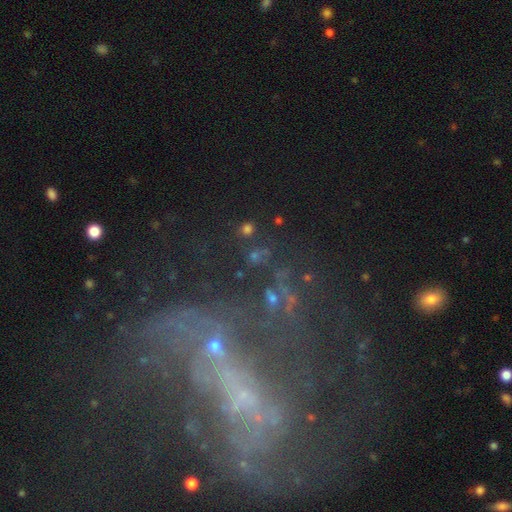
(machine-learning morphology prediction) type=star or artifact (40%).